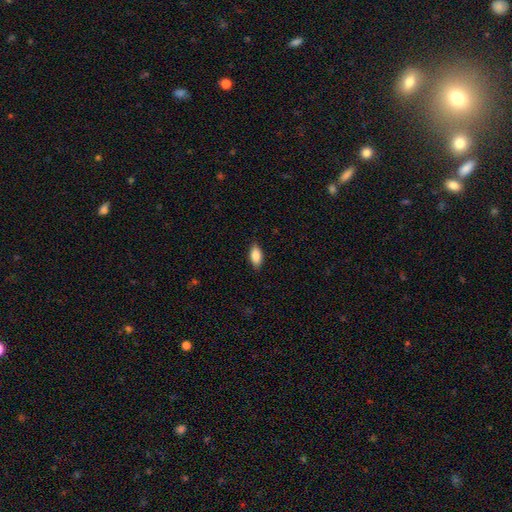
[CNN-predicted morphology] A smooth galaxy with no disk features (86%) that is in between round and cigar-shaped (89%). Merging: none (86%).